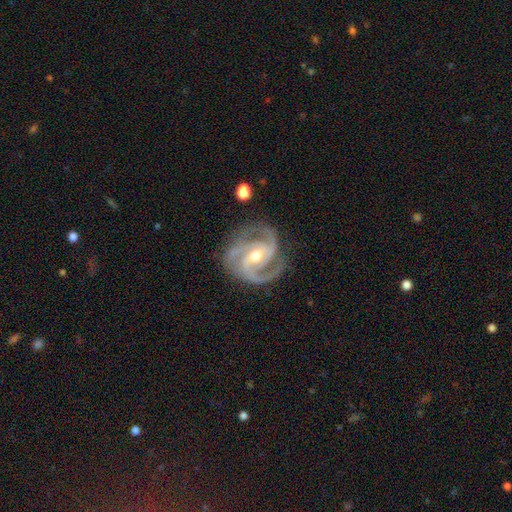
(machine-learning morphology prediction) Smooth or featured? featured or disk (94%)
Edge-on disk? no (98%)
Bar? weak (41%)
Spiral arms? yes (99%)
Spiral winding? tight (50%)
Spiral arm count? 3 (65%)
Bulge size? moderate (64%)
Merging? none (78%)